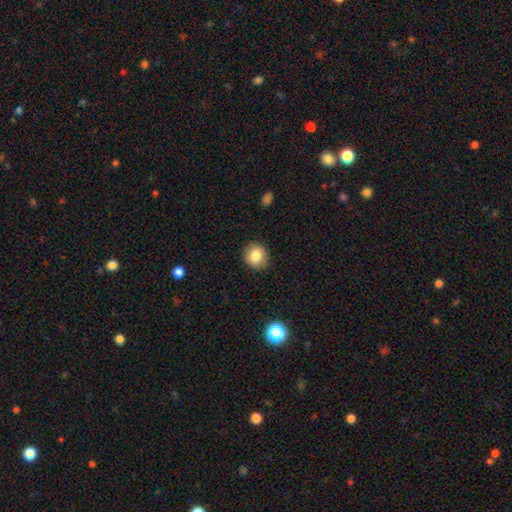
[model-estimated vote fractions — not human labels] Smooth or featured: smooth — 84% (star or artifact — 9%)
How rounded: round — 80% (in between — 20%)
Merging: none — 89% (minor disturbance — 8%)